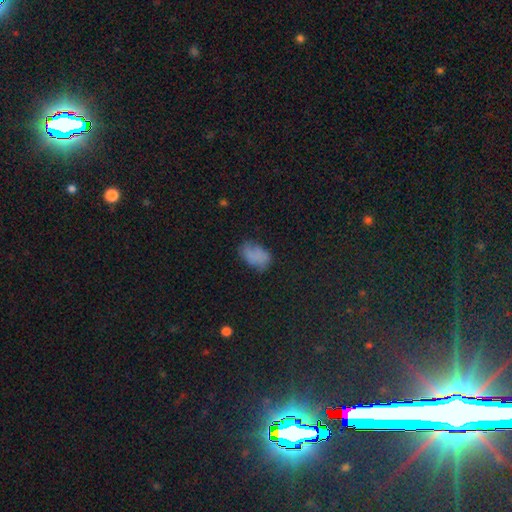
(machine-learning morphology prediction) smooth-or-featured: smooth: 72% | star or artifact: 14% | featured or disk: 14%
  how-rounded: in between: 90% | round: 9% | cigar-shaped: 2%
  merging: none: 54% | minor disturbance: 31% | major disturbance: 12% | merger: 3%